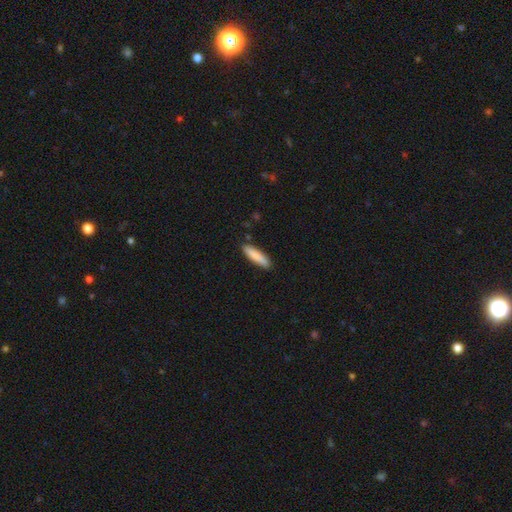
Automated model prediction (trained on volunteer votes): This is clearly a smooth galaxy (86%). How rounded: likely cigar-shaped (79%). Merging: clearly none (88%).